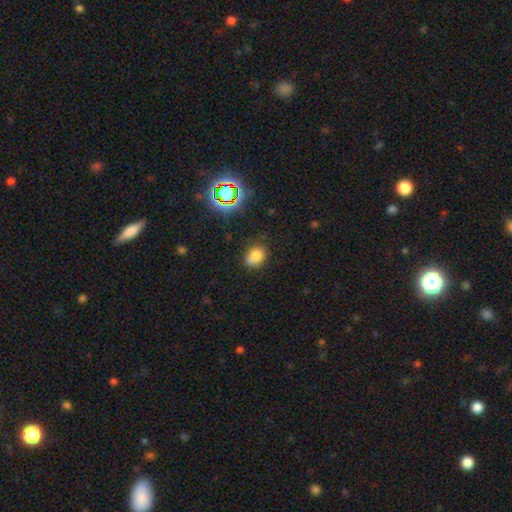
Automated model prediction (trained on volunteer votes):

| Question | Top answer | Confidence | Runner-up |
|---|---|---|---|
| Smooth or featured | smooth | 73% | star or artifact (15%) |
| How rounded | round | 53% | in between (46%) |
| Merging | none | 55% | minor disturbance (20%) |